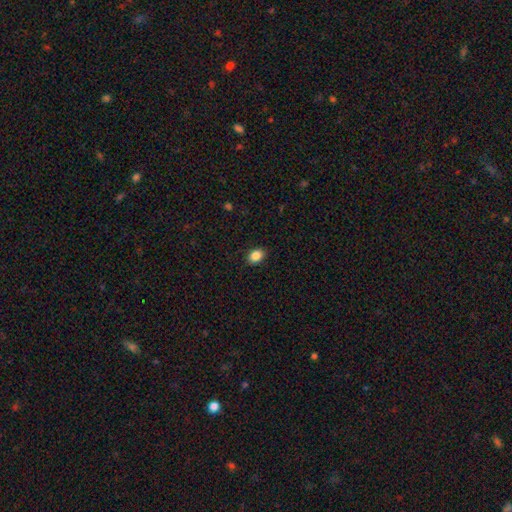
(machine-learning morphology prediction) Smooth or featured: smooth — 87% (star or artifact — 9%)
How rounded: in between — 74% (round — 25%)
Merging: none — 89% (minor disturbance — 8%)